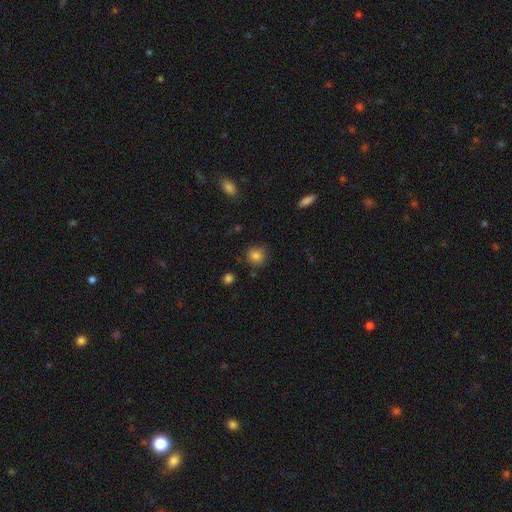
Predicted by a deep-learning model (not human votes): Smooth or featured? Predicted: smooth (p=0.83). How rounded? Predicted: round (p=0.86). Merging? Predicted: none (p=0.81).